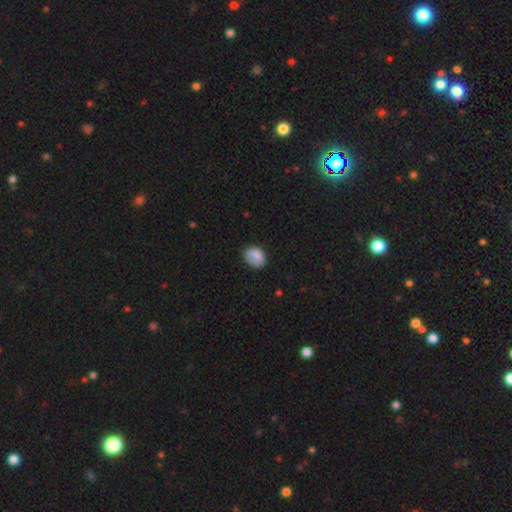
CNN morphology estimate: Smooth or featured? Predicted: smooth (p=0.80). How rounded? Predicted: in between (p=0.60). Merging? Predicted: none (p=0.62).